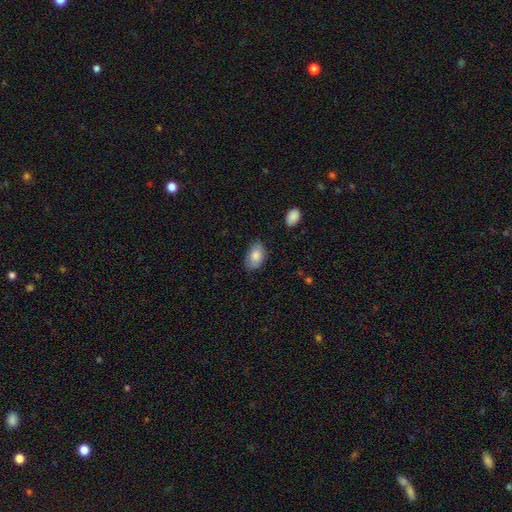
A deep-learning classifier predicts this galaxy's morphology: Smooth or featured? smooth (84%)
How rounded? in between (91%)
Merging? none (74%)